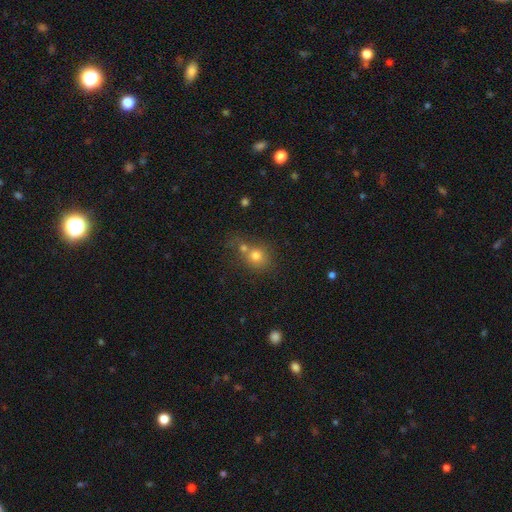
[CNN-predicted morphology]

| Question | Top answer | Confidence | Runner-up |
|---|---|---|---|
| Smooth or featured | smooth | 74% | star or artifact (14%) |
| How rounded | round | 79% | in between (20%) |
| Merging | merger | 43% | none (42%) |